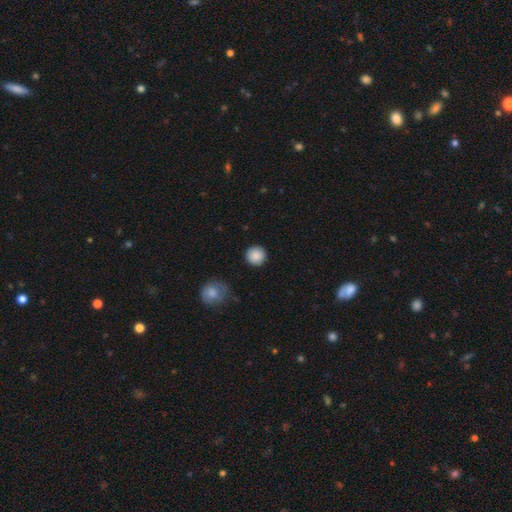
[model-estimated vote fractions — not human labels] Overall: smooth (88%). How rounded: round (95%). Merging: none (91%).